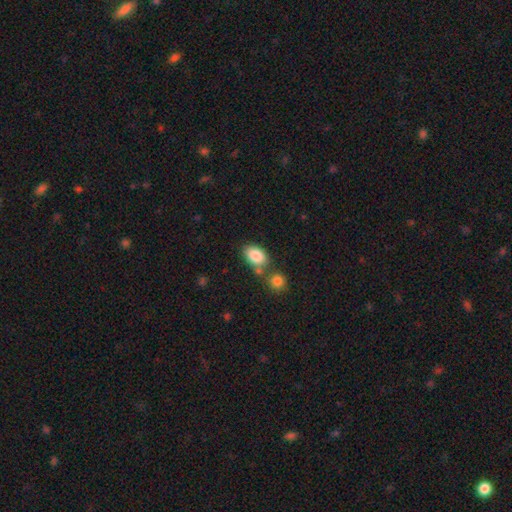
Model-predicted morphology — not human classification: Q: Smooth or featured?
A: smooth (86%); runner-up: star or artifact (7%)
Q: How rounded?
A: in between (87%); runner-up: round (12%)
Q: Merging?
A: none (61%); runner-up: merger (23%)